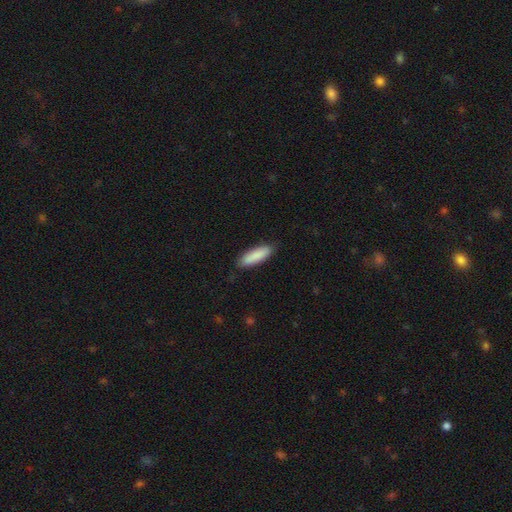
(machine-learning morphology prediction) This appears to be a smooth galaxy with no disk features (88%) that is cigar-shaped (54%). Merging: none (86%).